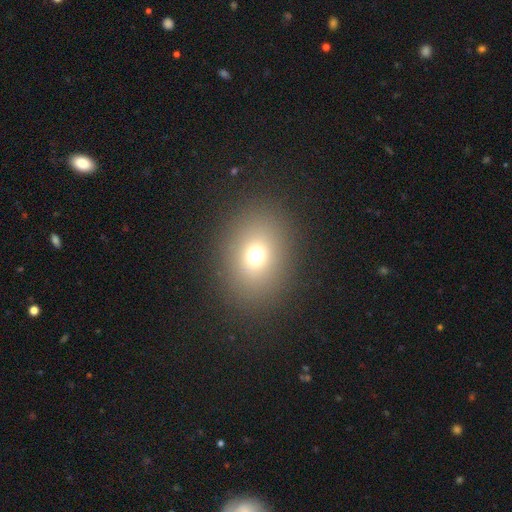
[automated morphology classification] Smooth or featured?
  - smooth: 68% *
  - star or artifact: 20%
  - featured or disk: 12%
How rounded?
  - in between: 51% *
  - round: 48%
  - cigar-shaped: 1%
Merging?
  - none: 86% *
  - minor disturbance: 8%
  - major disturbance: 5%
  - merger: 1%